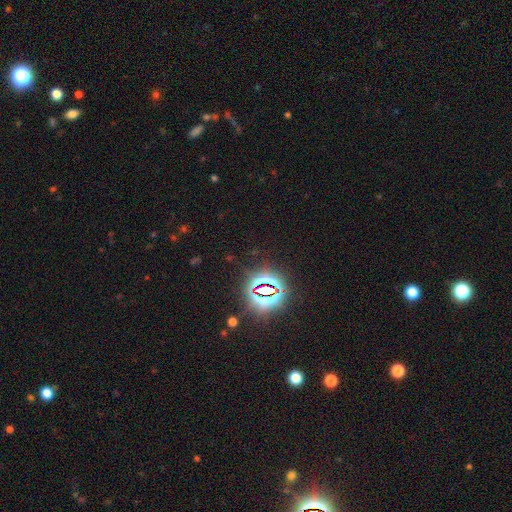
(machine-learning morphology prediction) star or artifact 80%, smooth 12%, featured or disk 8%.